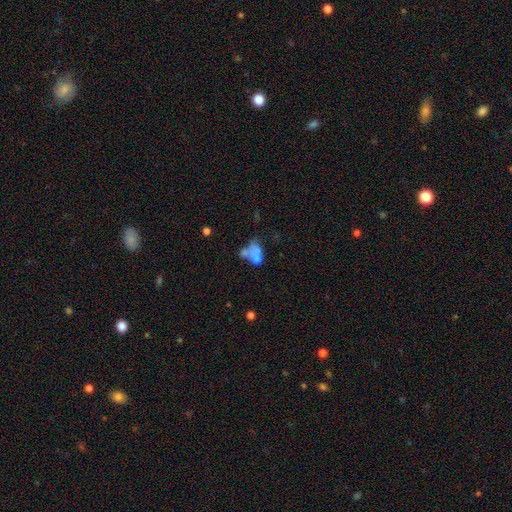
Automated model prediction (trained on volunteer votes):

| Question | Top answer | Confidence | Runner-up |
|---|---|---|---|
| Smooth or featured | smooth | 49% | featured or disk (38%) |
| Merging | merger | 52% | major disturbance (20%) |